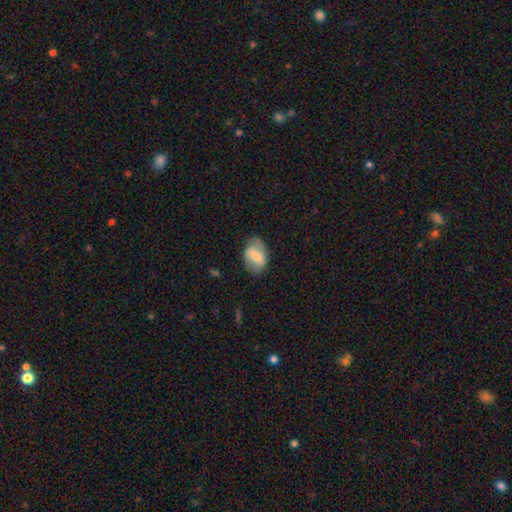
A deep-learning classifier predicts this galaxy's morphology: This is possibly a smooth galaxy (48%). Merging: likely none (69%).